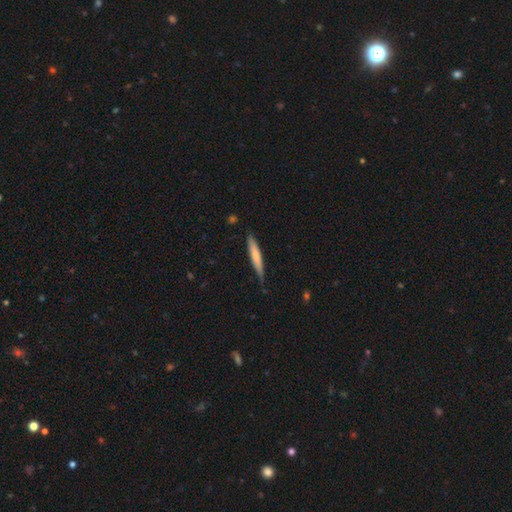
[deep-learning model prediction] Morphology: type=smooth (66%); roundness=cigar-shaped (92%); merging=none (78%).